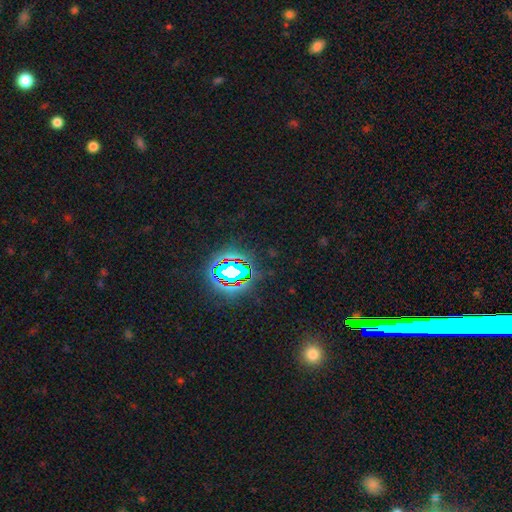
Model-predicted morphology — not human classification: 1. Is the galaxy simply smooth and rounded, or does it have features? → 81% star or artifact, 11% smooth, 8% featured or disk.